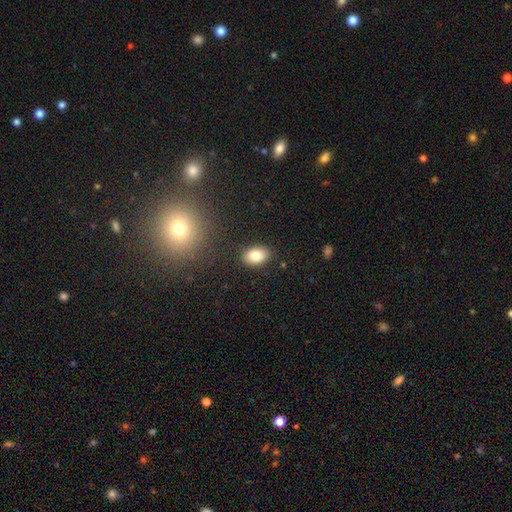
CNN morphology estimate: The model was most divided on "smooth or featured": smooth: 84%, star or artifact: 8%, featured or disk: 8%. More confident: how rounded — in between (87%); merging — none (86%).